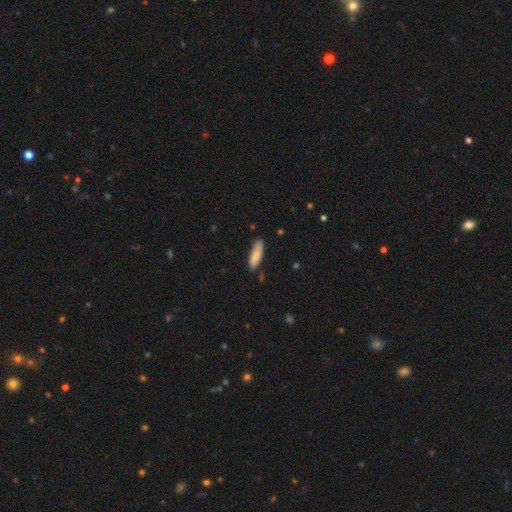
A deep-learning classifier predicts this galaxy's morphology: type=smooth (81%); roundness=cigar-shaped (62%); merging=none (75%).